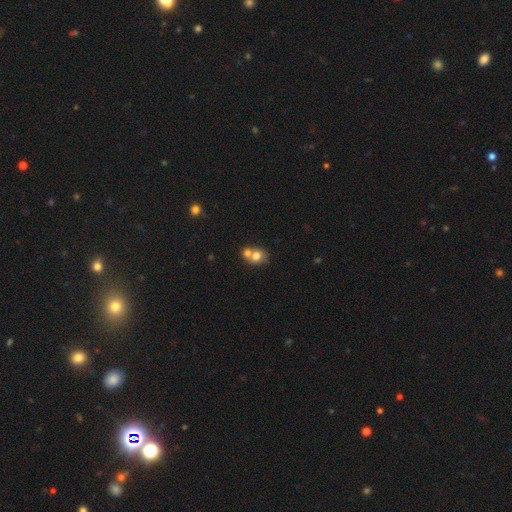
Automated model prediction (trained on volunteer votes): Morphology: type=smooth (73%); roundness=round (65%); merging=merger (59%).